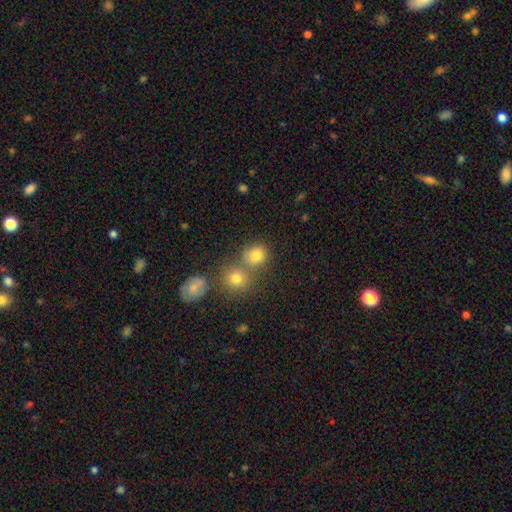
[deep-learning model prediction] smooth_or_featured: smooth (p=0.78) [alt: star or artifact p=0.14]
how_rounded: round (p=0.81) [alt: in between p=0.18]
merging: none (p=0.60) [alt: merger p=0.26]